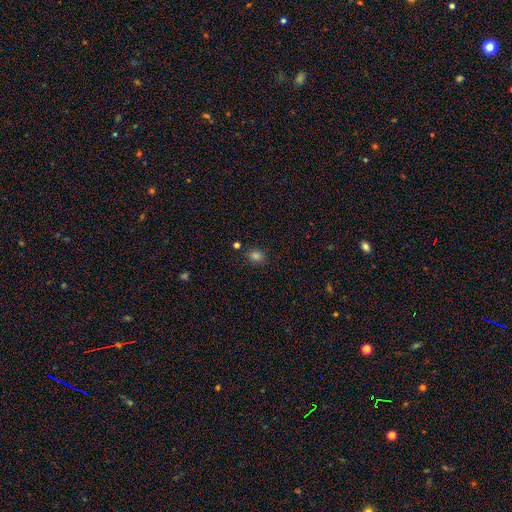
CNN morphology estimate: A smooth galaxy with no disk features (80%) that is round (68%).

Vote fractions:
- Smooth or featured? smooth: 80% / star or artifact: 16% / featured or disk: 4%
- How rounded? round: 68% / in between: 31% / cigar-shaped: 1%
- Merging? none: 84% / minor disturbance: 9% / merger: 4% / major disturbance: 3%